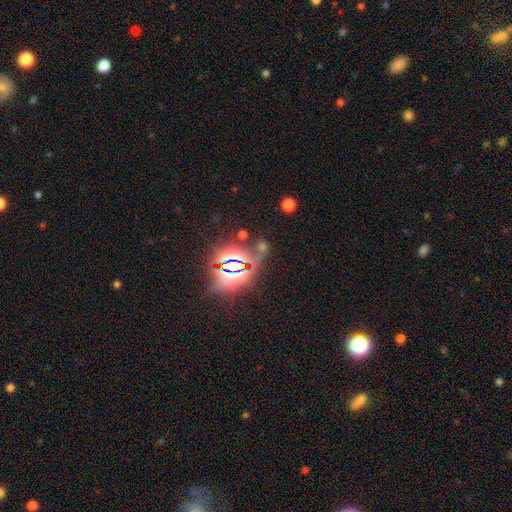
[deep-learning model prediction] The model was most divided on "smooth or featured": star or artifact: 80%, smooth: 11%, featured or disk: 9%.